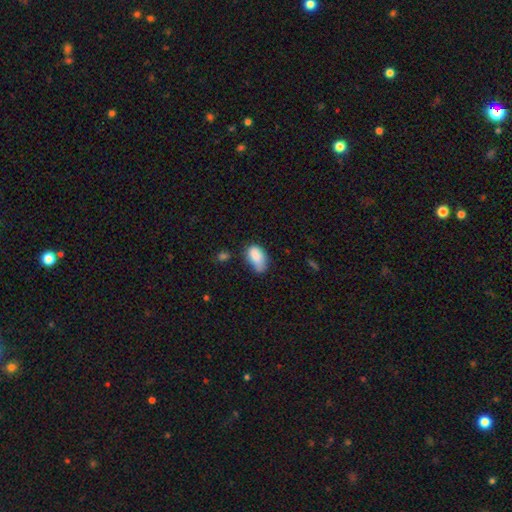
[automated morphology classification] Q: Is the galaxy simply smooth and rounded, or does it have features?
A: smooth — 82%.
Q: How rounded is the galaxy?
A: in between — 91%.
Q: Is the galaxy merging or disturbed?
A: minor disturbance — 41%.